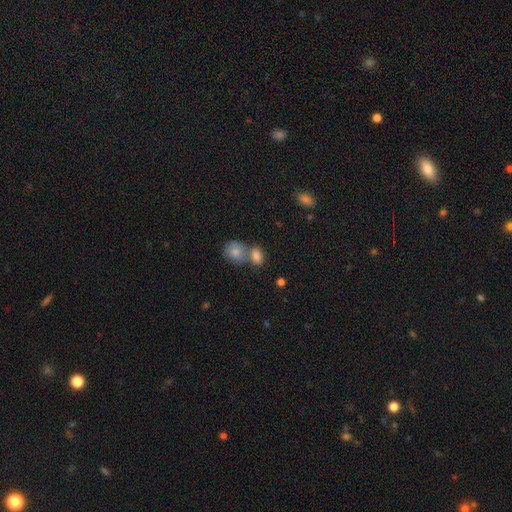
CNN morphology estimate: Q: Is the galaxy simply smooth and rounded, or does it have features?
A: smooth — 81%.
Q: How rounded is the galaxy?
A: in between — 72%.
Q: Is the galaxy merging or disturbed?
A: merger — 49%.